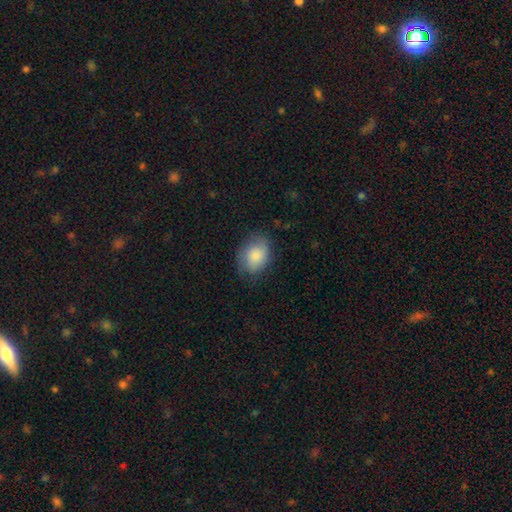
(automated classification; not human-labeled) Morphology: type=smooth (80%); roundness=in between (67%); merging=none (66%).